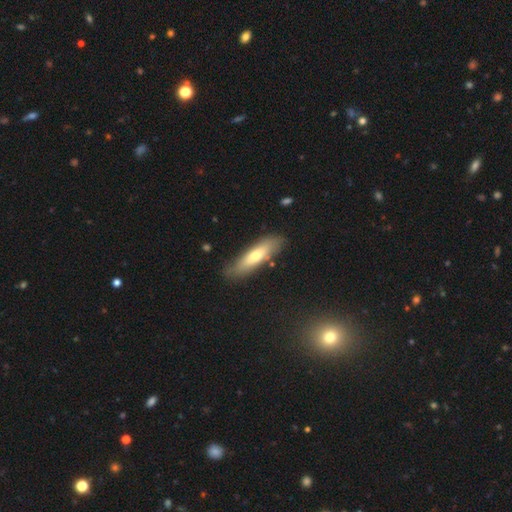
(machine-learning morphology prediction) Smooth or featured? Predicted: smooth (p=0.62). How rounded? Predicted: cigar-shaped (p=0.64). Merging? Predicted: none (p=0.80).